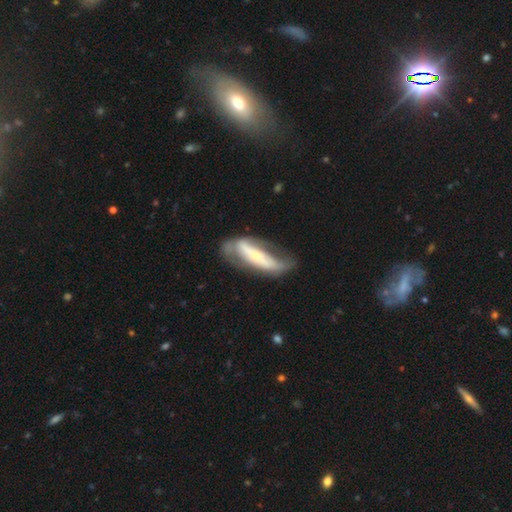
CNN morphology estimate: Smooth or featured?
  - featured or disk: 68% *
  - smooth: 26%
  - star or artifact: 6%
Edge-on disk?
  - no: 70% *
  - yes: 30%
Merging?
  - none: 47% *
  - minor disturbance: 26%
  - major disturbance: 23%
  - merger: 3%